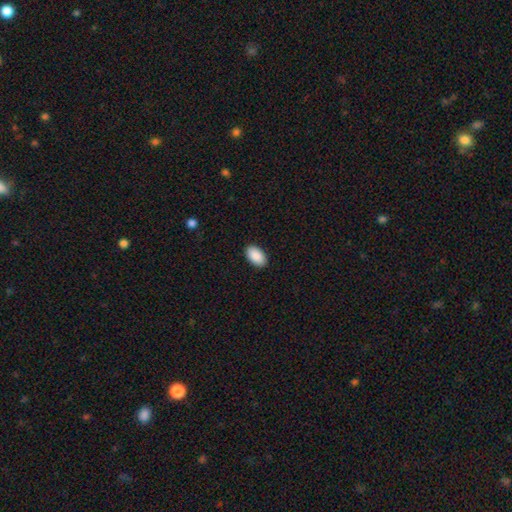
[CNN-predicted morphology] The model was most divided on "merging": none: 90%, minor disturbance: 7%, major disturbance: 2%, merger: 1%. More confident: how rounded — in between (95%); smooth or featured — smooth (91%).